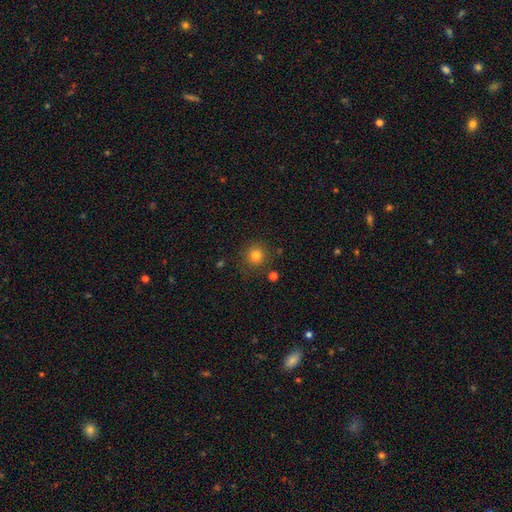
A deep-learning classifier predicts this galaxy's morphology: The model was most divided on "smooth or featured": smooth: 81%, star or artifact: 13%, featured or disk: 6%. More confident: how rounded — round (92%); merging — none (83%).